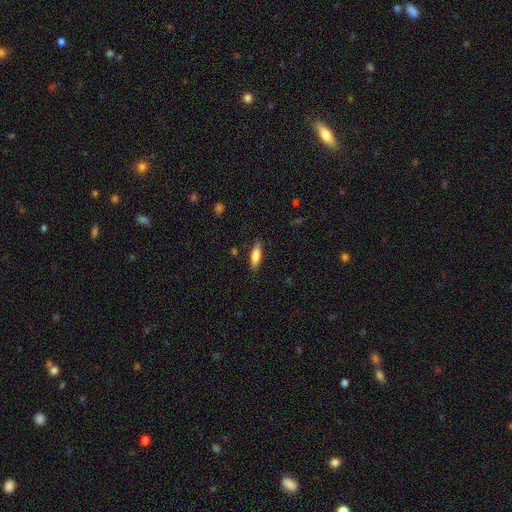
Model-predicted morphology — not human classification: smooth_or_featured: smooth (p=0.68) [alt: featured or disk p=0.26]
how_rounded: cigar-shaped (p=0.53) [alt: in between p=0.44]
merging: none (p=0.85) [alt: minor disturbance p=0.11]